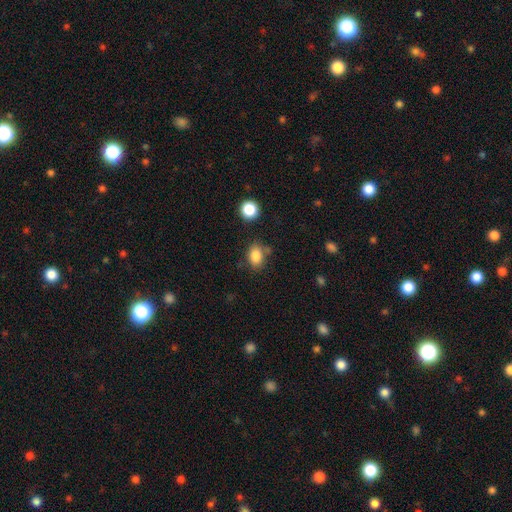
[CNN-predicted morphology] type=smooth (84%); roundness=in between (69%); merging=none (70%).